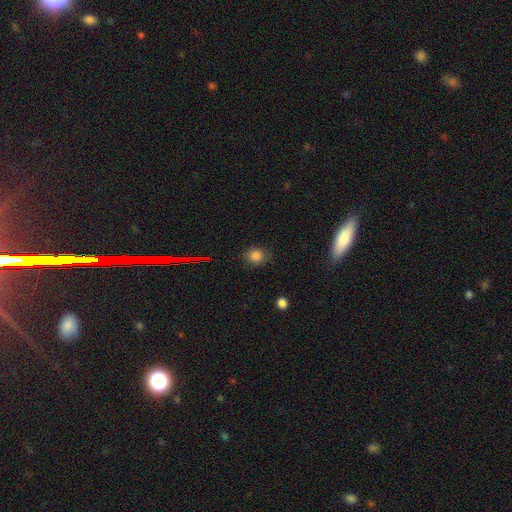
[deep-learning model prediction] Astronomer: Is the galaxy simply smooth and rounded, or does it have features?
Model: smooth — 81%.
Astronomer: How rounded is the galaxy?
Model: round — 73%.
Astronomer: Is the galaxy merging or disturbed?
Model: none — 83%.